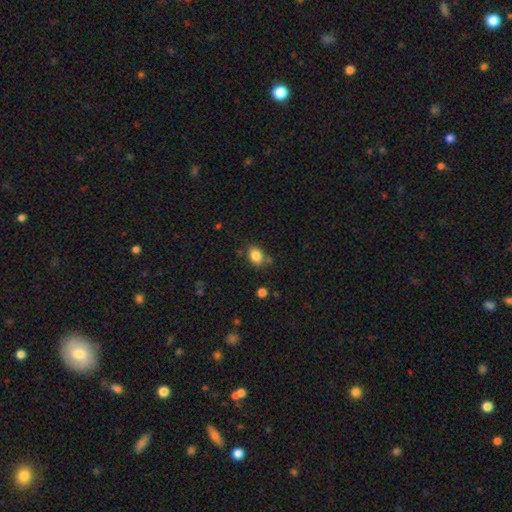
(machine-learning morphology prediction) This appears to be a smooth galaxy with no disk features (84%) that is in between round and cigar-shaped (63%). Merging: none (73%).